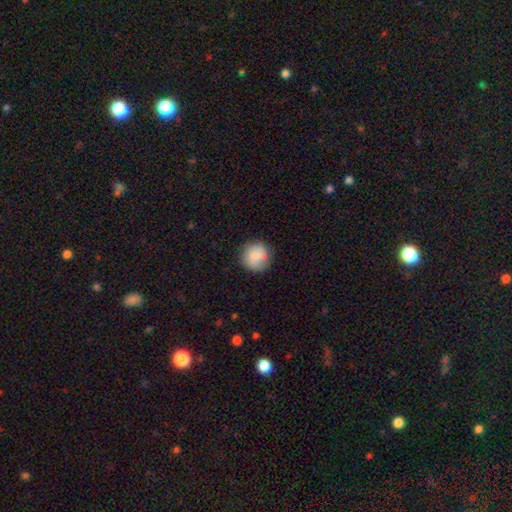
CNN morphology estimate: smooth 78%, featured or disk 15%, star or artifact 7%. Down the decision tree: how rounded — round (92%); merging — none (81%).